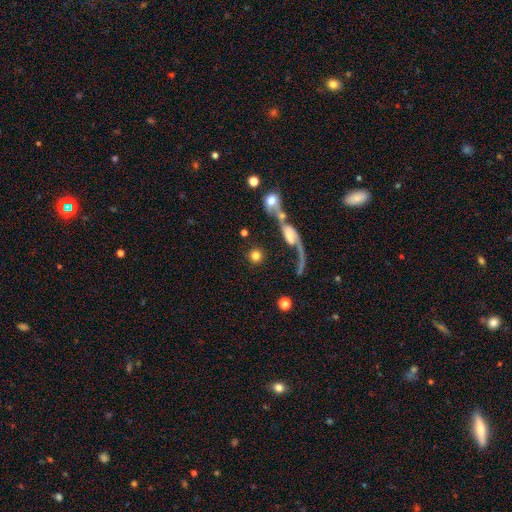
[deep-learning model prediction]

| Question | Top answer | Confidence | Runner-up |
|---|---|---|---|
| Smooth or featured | smooth | 75% | featured or disk (16%) |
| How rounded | round | 91% | in between (7%) |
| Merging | none | 63% | merger (20%) |